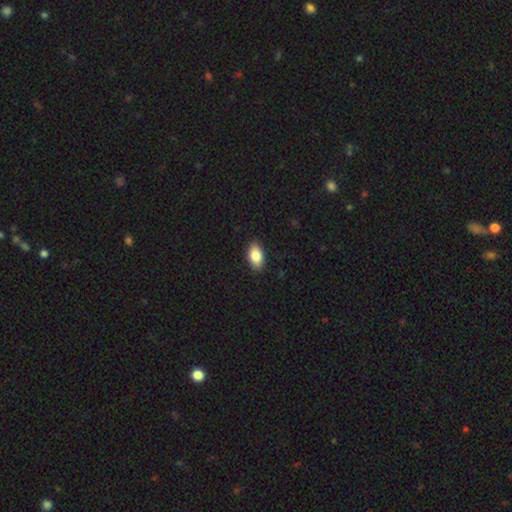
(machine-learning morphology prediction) type=smooth (84%); roundness=in between (90%); merging=none (88%).